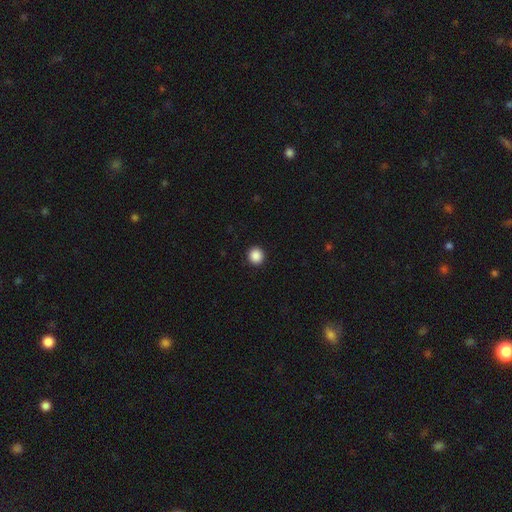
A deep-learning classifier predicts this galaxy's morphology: Smooth or featured?
  - smooth: 88% *
  - star or artifact: 9%
  - featured or disk: 2%
How rounded?
  - round: 94% *
  - in between: 5%
  - cigar-shaped: 1%
Merging?
  - none: 93% *
  - minor disturbance: 4%
  - major disturbance: 2%
  - merger: 1%